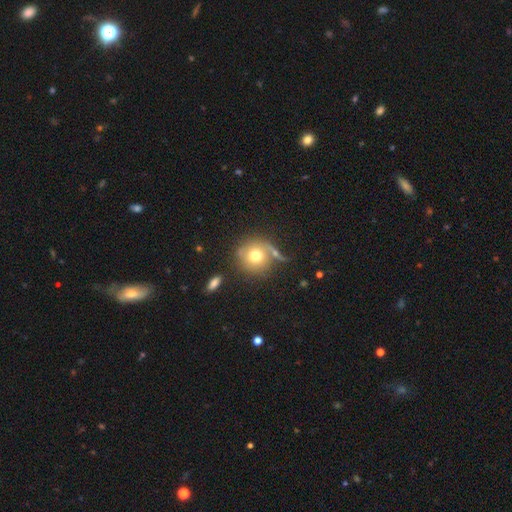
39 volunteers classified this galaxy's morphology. type=smooth (90%); roundness=round (94%); merging=none (58%).